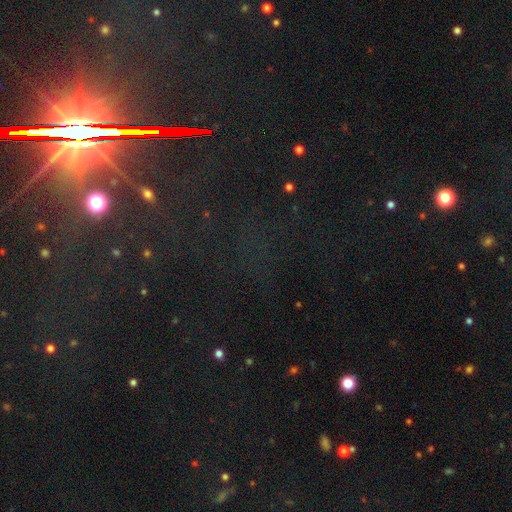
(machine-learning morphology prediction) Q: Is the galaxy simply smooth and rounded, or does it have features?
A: star or artifact — 81%.